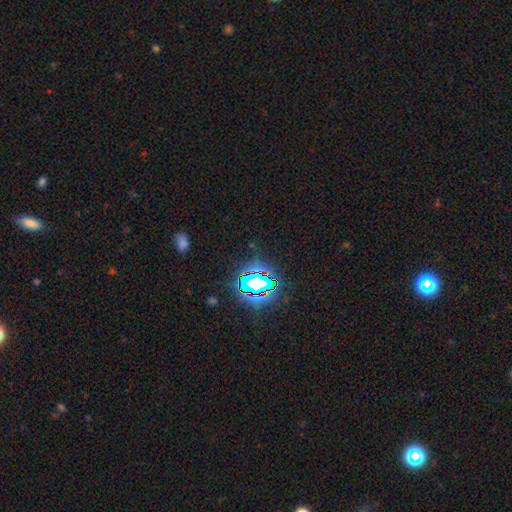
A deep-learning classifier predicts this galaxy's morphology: type=star or artifact (79%).